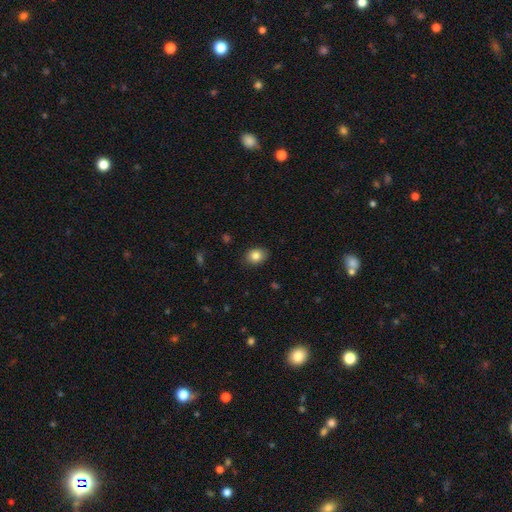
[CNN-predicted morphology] Smooth or featured? smooth (83%)
How rounded? in between (62%)
Merging? none (87%)